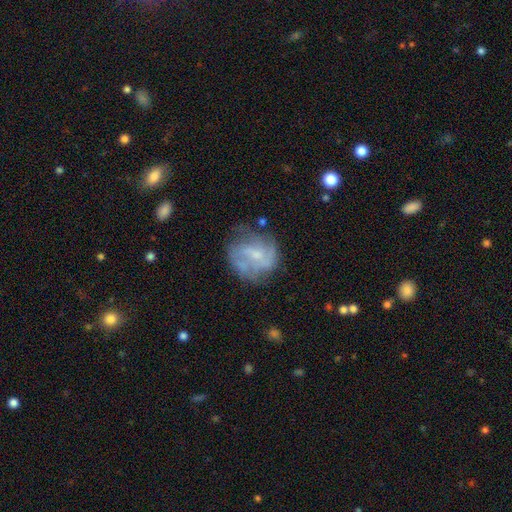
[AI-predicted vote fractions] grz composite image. It shows a featured or disk galaxy (64%) with no bar (52%), spiral arms (72%) and a small central bulge (61%). Merging: none (55%).